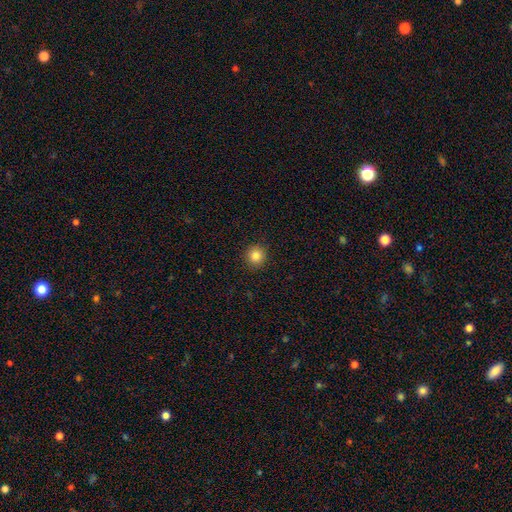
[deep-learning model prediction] Smooth or featured: smooth — 84% (star or artifact — 11%)
How rounded: round — 93% (in between — 6%)
Merging: none — 92% (minor disturbance — 5%)